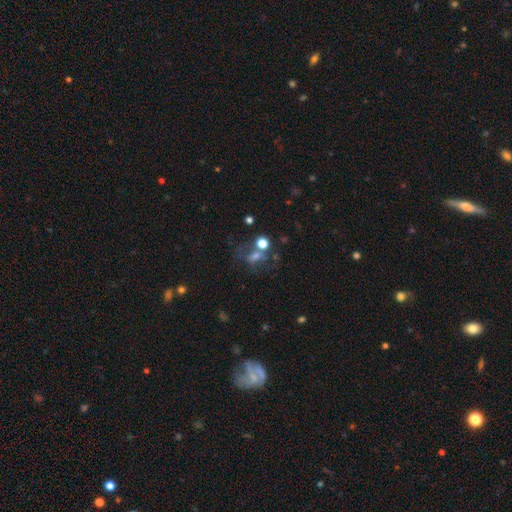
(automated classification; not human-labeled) A smooth galaxy with no disk features (41%).

Vote fractions:
- Smooth or featured? smooth: 41% / star or artifact: 30% / featured or disk: 29%
- Merging? none: 44% / merger: 23% / major disturbance: 18% / minor disturbance: 15%